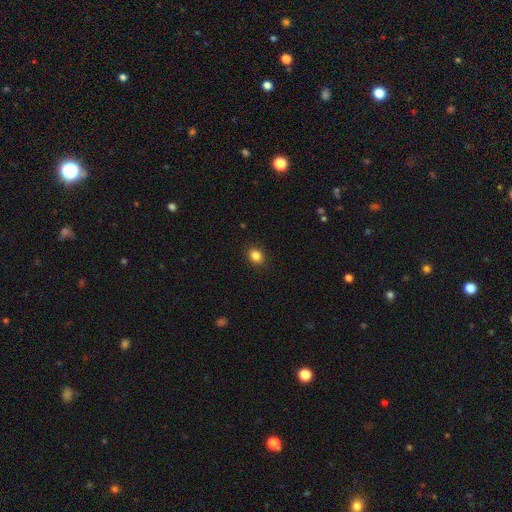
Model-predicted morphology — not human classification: Smooth or featured? Predicted: smooth (p=0.85). How rounded? Predicted: round (p=0.59). Merging? Predicted: none (p=0.90).